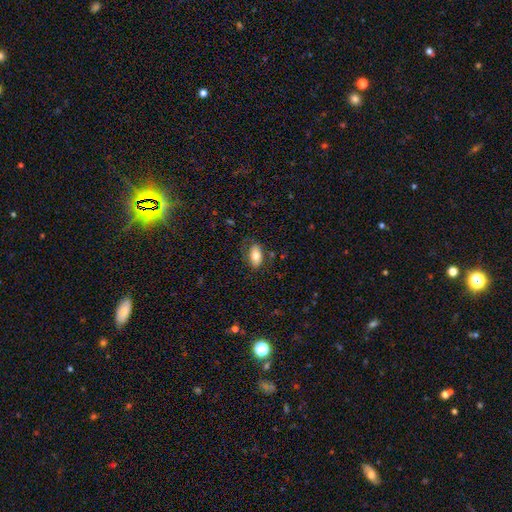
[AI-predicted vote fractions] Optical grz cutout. It shows a smooth galaxy with no disk features (76%) that is in between round and cigar-shaped (92%). Merging: none (77%).